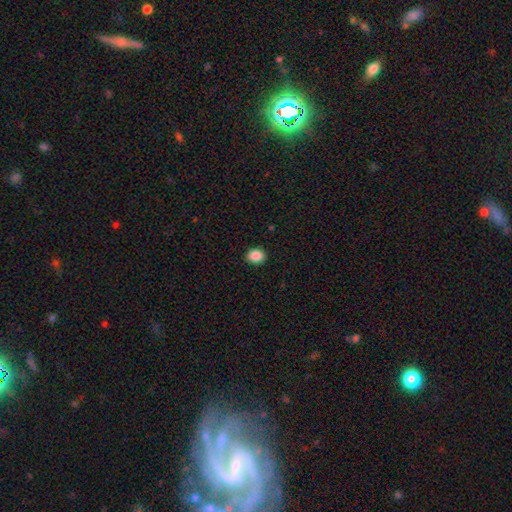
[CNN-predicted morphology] The model was most divided on "how rounded": round: 59%, in between: 40%, cigar-shaped: 1%. More confident: merging — none (91%); smooth or featured — smooth (88%).